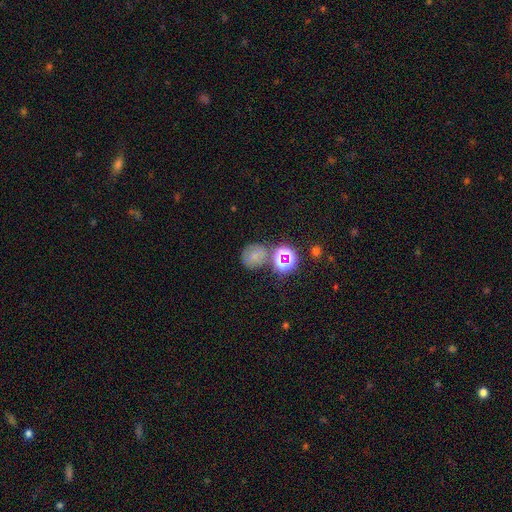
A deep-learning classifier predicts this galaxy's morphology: Overall: smooth (53%; star or artifact 29%). How rounded: round (71%). Merging: none (60%).